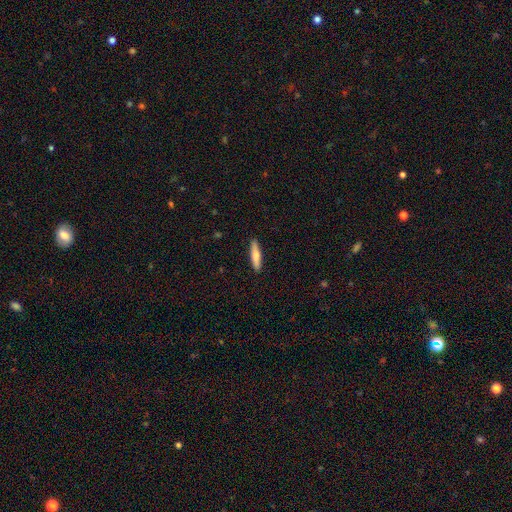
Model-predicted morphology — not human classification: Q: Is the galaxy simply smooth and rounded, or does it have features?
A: smooth — 68%.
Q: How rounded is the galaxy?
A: cigar-shaped — 83%.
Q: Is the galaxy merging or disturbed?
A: none — 91%.